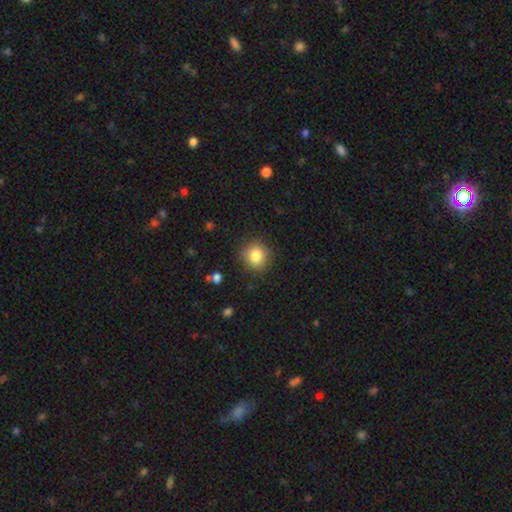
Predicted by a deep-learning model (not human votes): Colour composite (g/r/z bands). It shows a smooth galaxy with no disk features (83%) that is round (87%). Merging: none (87%).